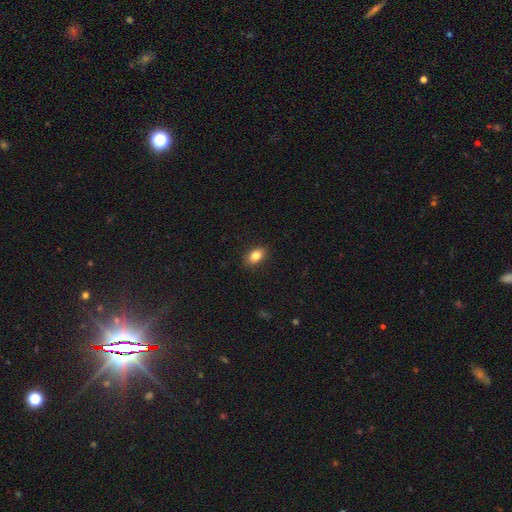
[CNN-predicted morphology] Overall: smooth (83%). How rounded: in between (86%). Merging: none (89%).